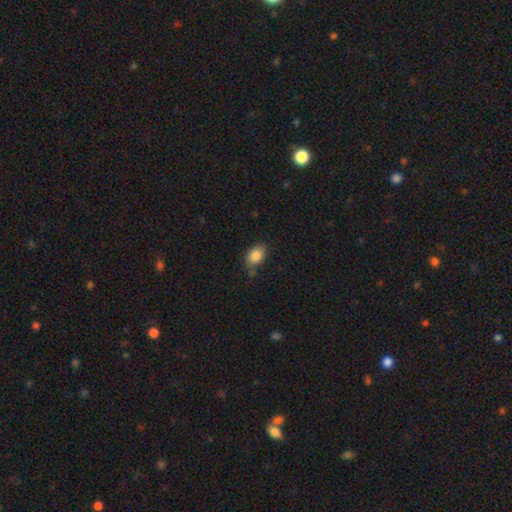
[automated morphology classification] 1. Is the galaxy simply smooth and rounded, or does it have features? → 85% smooth, 8% star or artifact, 7% featured or disk.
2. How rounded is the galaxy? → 80% in between, 19% round, 1% cigar-shaped.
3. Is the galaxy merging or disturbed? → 68% none, 24% minor disturbance, 5% major disturbance, 3% merger.